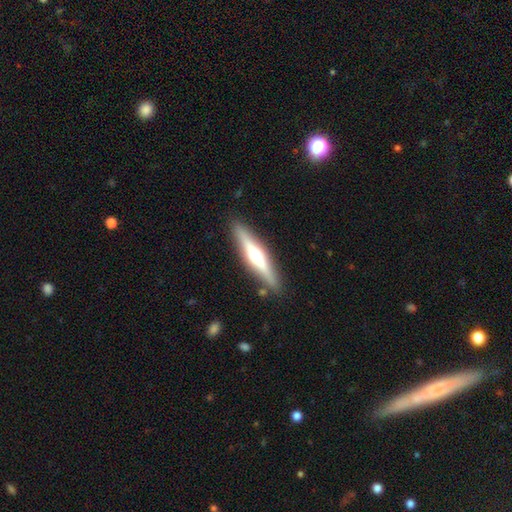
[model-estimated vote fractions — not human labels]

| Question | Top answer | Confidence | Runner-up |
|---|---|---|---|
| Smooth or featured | featured or disk | 65% | smooth (30%) |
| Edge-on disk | yes | 96% | no (4%) |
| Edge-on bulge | rounded | 91% | none (5%) |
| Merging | none | 88% | minor disturbance (8%) |